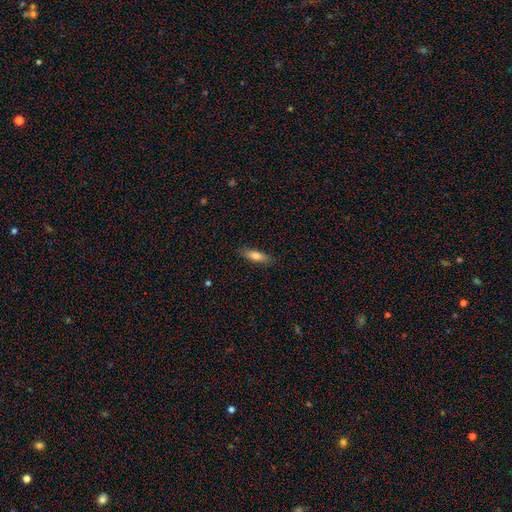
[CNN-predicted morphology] smooth-or-featured: smooth: 76% | featured or disk: 17% | star or artifact: 7%
  how-rounded: in between: 53% | cigar-shaped: 44% | round: 2%
  merging: none: 86% | minor disturbance: 11% | major disturbance: 2% | merger: 1%